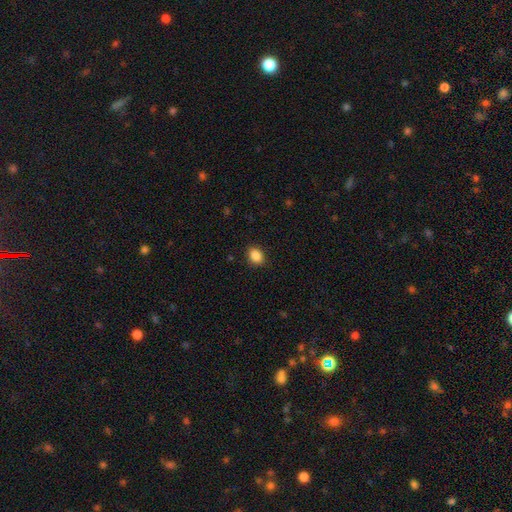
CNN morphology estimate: A smooth galaxy with no disk features (88%) that is in between round and cigar-shaped (65%). Merging: none (88%).